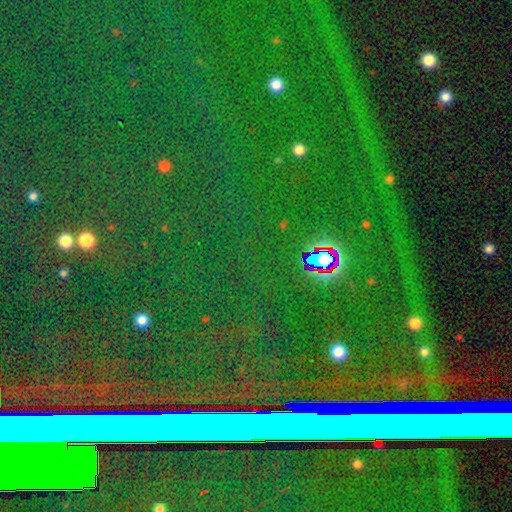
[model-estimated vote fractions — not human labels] A star or artifact, not a galaxy (84%).

Vote fractions:
- Smooth or featured? star or artifact: 84% / smooth: 9% / featured or disk: 8%